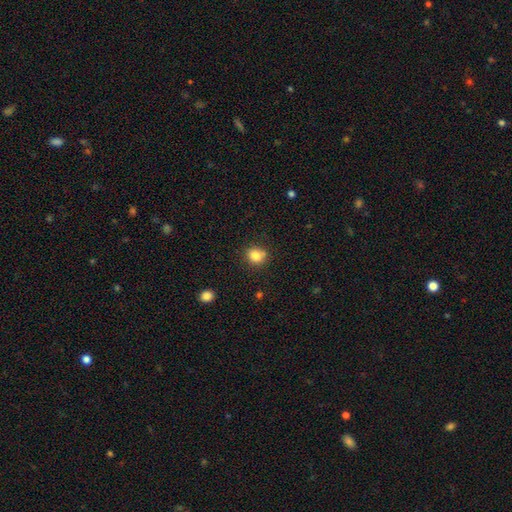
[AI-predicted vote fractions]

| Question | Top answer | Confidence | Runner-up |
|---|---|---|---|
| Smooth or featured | smooth | 82% | star or artifact (11%) |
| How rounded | round | 75% | in between (24%) |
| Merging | none | 72% | minor disturbance (15%) |